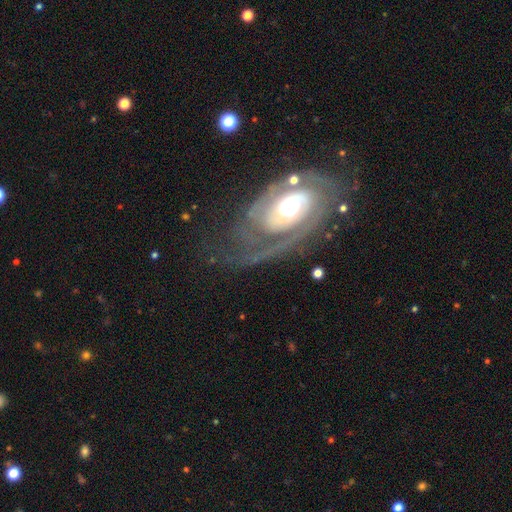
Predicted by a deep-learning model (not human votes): Morphology: type=featured or disk (87%); edge-on=no (95%); bar=no (56%); spiral arms=yes (90%); winding=tight (60%); arm count=2 (42%); bulge=moderate (64%); merging=none (68%).